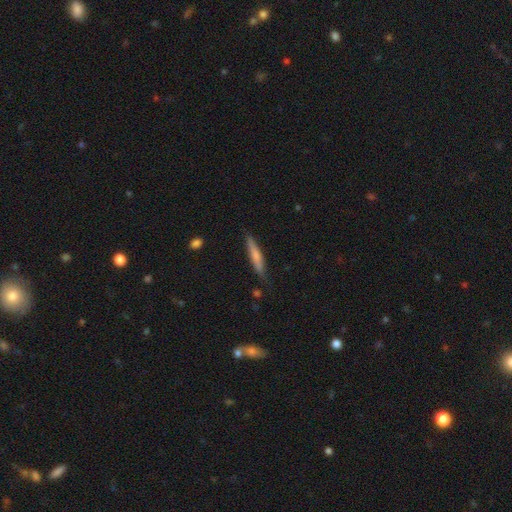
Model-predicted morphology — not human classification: Smooth or featured? smooth (65%)
How rounded? cigar-shaped (91%)
Merging? none (81%)